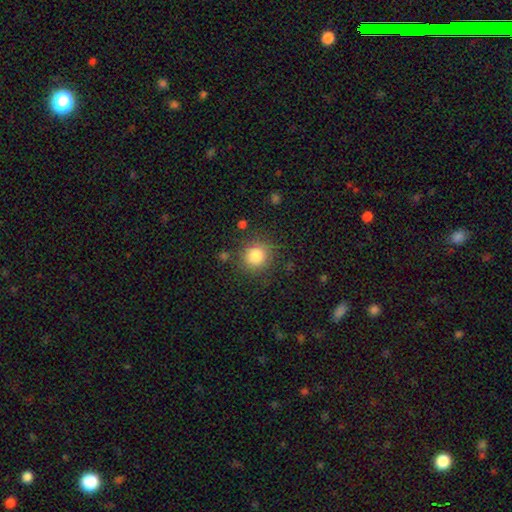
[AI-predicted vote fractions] Morphology: type=smooth (83%); roundness=round (88%); merging=none (82%).